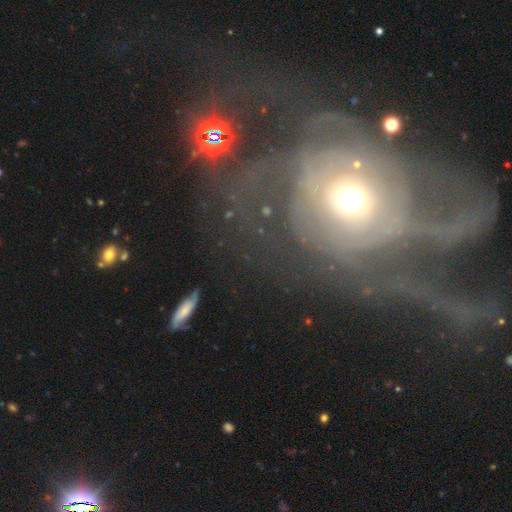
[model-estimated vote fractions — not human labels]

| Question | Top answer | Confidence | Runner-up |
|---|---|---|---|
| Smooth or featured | featured or disk | 68% | smooth (18%) |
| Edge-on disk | no | 95% | yes (5%) |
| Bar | no | 80% | weak (14%) |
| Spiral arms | yes | 58% | no (42%) |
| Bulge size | moderate | 65% | small (16%) |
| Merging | major disturbance | 51% | none (23%) |